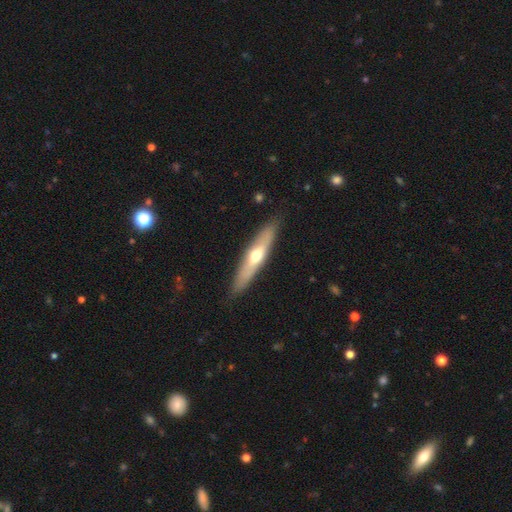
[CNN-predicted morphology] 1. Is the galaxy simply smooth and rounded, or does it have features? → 49% featured or disk, 46% smooth, 5% star or artifact.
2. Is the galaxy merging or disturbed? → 87% none, 9% minor disturbance, 2% major disturbance, 1% merger.